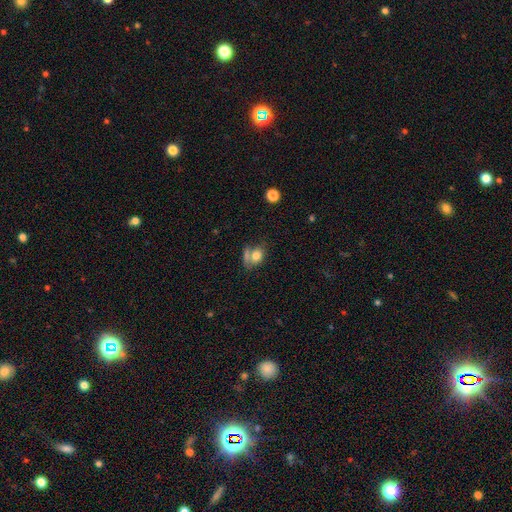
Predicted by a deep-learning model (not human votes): Overall: smooth (76%). How rounded: in between (67%; round 30%). Merging: none (42%; merger 33%).